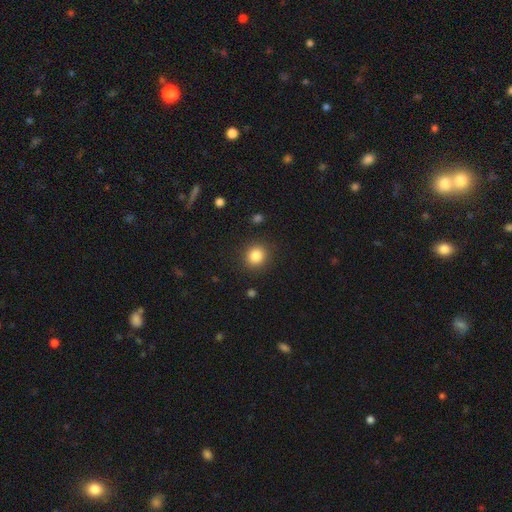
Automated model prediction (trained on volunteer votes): This appears to be a smooth galaxy with no disk features (85%) that is round (86%). Merging: none (89%).